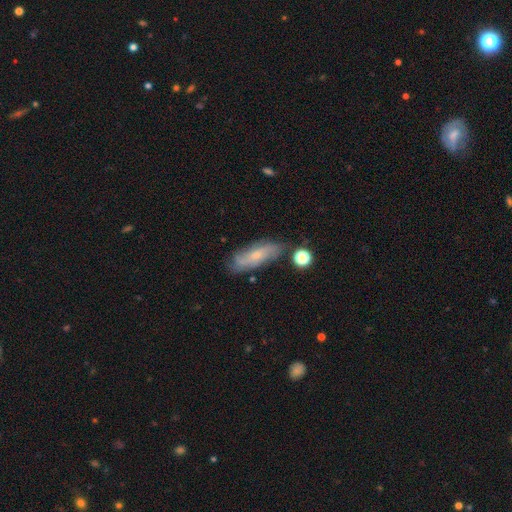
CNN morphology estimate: A featured or disk galaxy (48%).

Vote fractions:
- Smooth or featured? featured or disk: 48% / smooth: 43% / star or artifact: 9%
- Merging? none: 71% / minor disturbance: 19% / major disturbance: 5% / merger: 5%